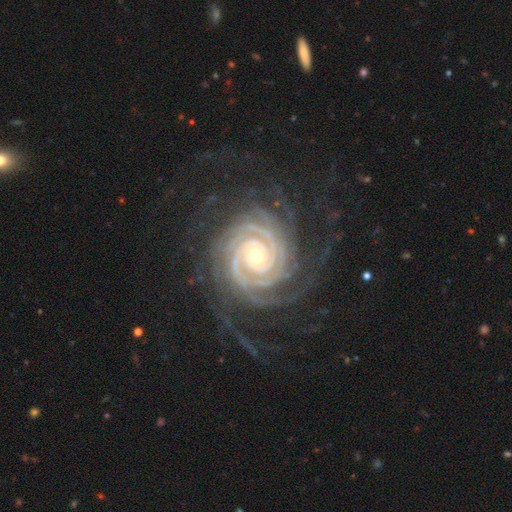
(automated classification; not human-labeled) Overall: featured or disk (92%). Edge-on disk: no (98%). Bar: no (69%). Spiral arms: yes (99%). Spiral arm count: 2 (24%; more than 4 18%). Spiral winding: tight (87%). Bulge size: small (57%; moderate 39%). Merging: none (72%).